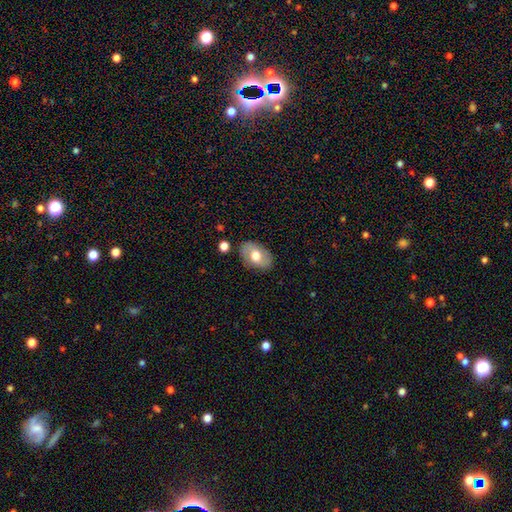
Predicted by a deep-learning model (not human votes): A smooth galaxy with no disk features (63%) that is in between round and cigar-shaped (87%).

Vote fractions:
- Smooth or featured? smooth: 63% / featured or disk: 31% / star or artifact: 6%
- How rounded? in between: 87% / round: 12% / cigar-shaped: 1%
- Merging? none: 82% / minor disturbance: 13% / major disturbance: 3% / merger: 2%